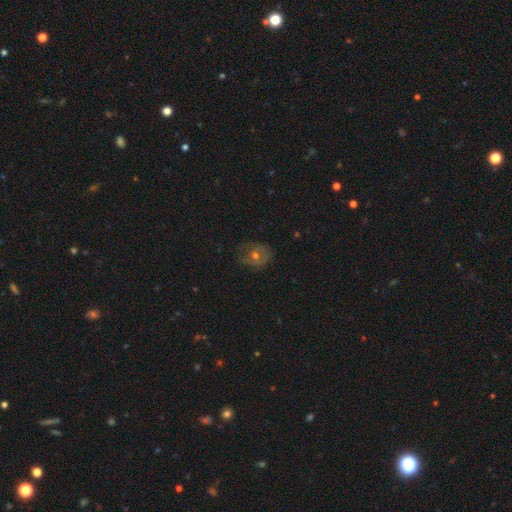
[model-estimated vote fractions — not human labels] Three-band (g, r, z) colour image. It shows a featured or disk galaxy (42%, tied with smooth). Merging: none (67%).